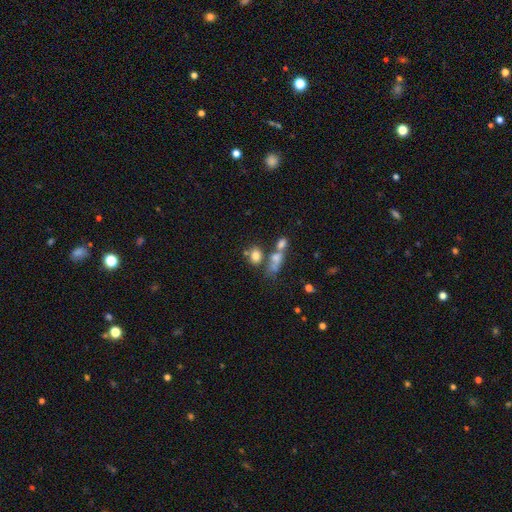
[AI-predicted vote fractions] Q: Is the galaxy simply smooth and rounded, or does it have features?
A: smooth — 74%.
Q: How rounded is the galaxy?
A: in between — 52%.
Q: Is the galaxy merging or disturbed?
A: none — 44%.